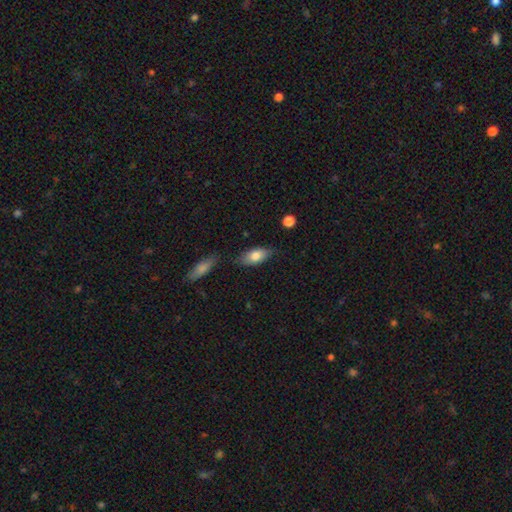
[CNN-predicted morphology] A smooth galaxy with no disk features (79%) that is in between round and cigar-shaped (86%). Merging: none (75%).